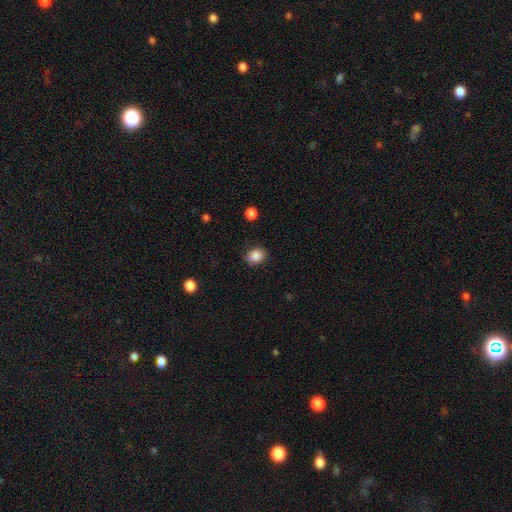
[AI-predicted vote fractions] Smooth or featured?
  - smooth: 85% *
  - star or artifact: 9%
  - featured or disk: 5%
How rounded?
  - round: 50% *
  - in between: 49%
  - cigar-shaped: 1%
Merging?
  - none: 76% *
  - minor disturbance: 18%
  - major disturbance: 4%
  - merger: 1%